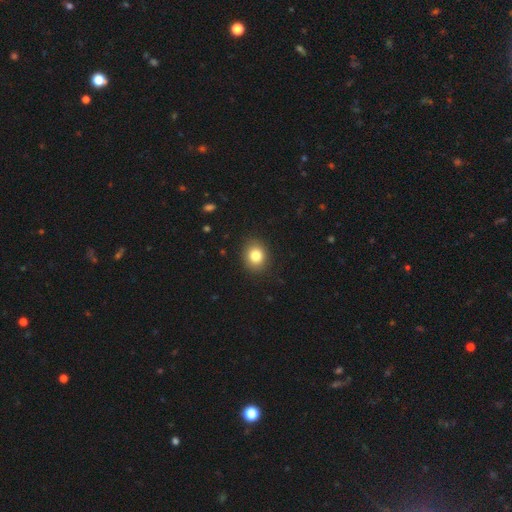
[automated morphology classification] The model was most divided on "how rounded": round: 63%, in between: 37%, cigar-shaped: 1%. More confident: merging — none (89%); smooth or featured — smooth (83%).